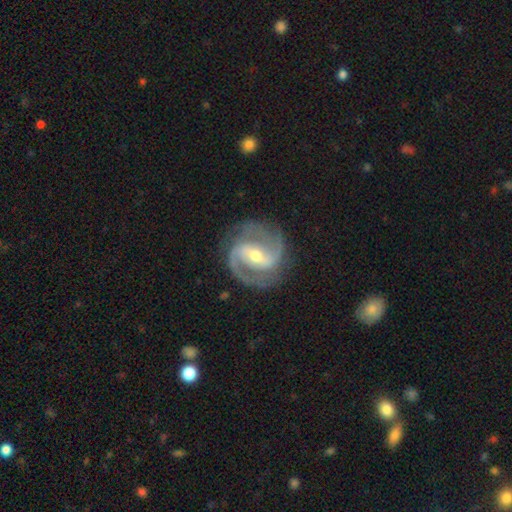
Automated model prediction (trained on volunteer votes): This appears to be a featured or disk galaxy (93%) with a strong bar (42%, tied with weak), 2 (85%) medium (58%) spiral arms (98%) and a moderate central bulge (59%). Merging: none (81%).